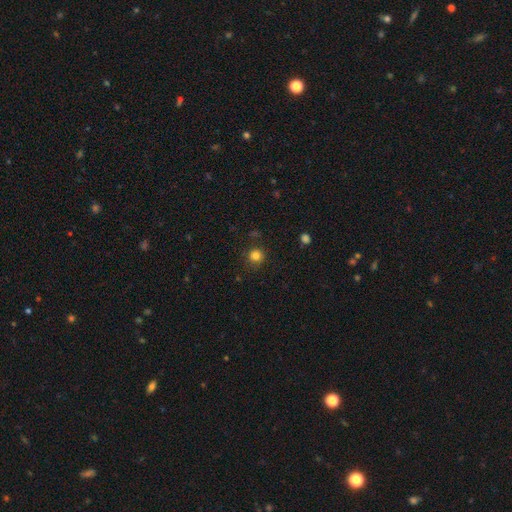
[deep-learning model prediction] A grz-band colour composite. It shows a smooth galaxy with no disk features (82%) that is round (94%). Merging: none (86%).